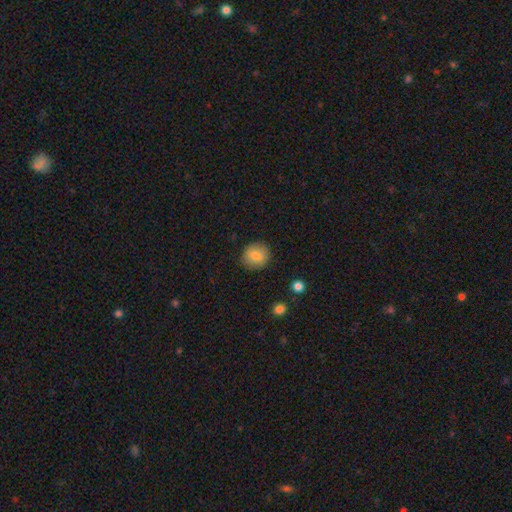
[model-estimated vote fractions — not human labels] A smooth galaxy with no disk features (80%) that is round (83%).

Vote fractions:
- Smooth or featured? smooth: 80% / featured or disk: 12% / star or artifact: 8%
- How rounded? round: 83% / in between: 15% / cigar-shaped: 1%
- Merging? none: 87% / minor disturbance: 9% / major disturbance: 2% / merger: 1%